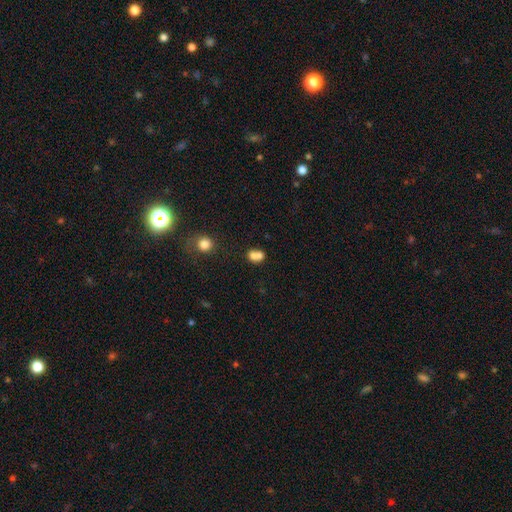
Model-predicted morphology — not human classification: The model was most divided on "how rounded": round: 60%, in between: 39%, cigar-shaped: 1%. More confident: smooth or featured — smooth (72%); merging — merger (61%).